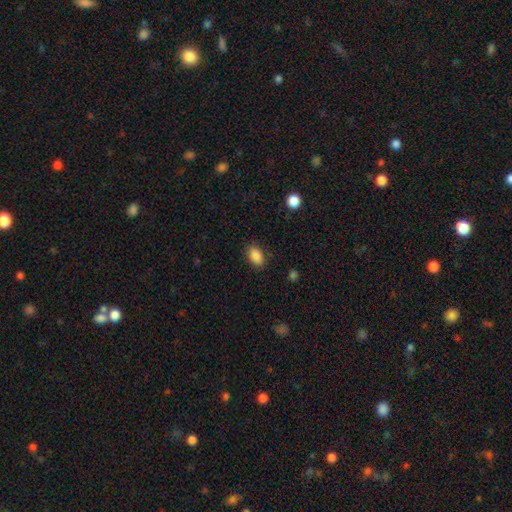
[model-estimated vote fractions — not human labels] This is clearly a smooth galaxy (88%). How rounded: clearly in between (91%). Merging: clearly none (86%).